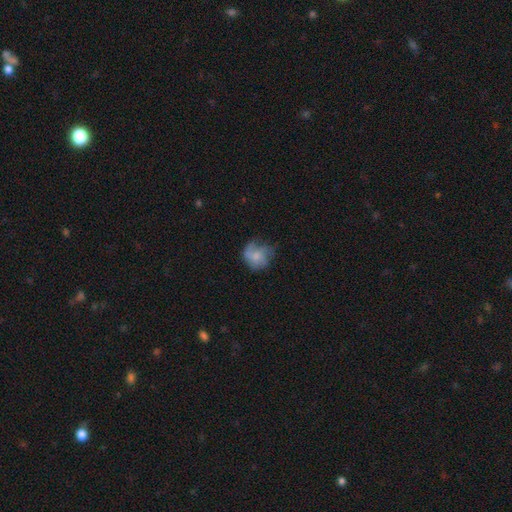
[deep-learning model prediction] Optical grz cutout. It shows a smooth galaxy with no disk features (49%). Merging: none (50%).